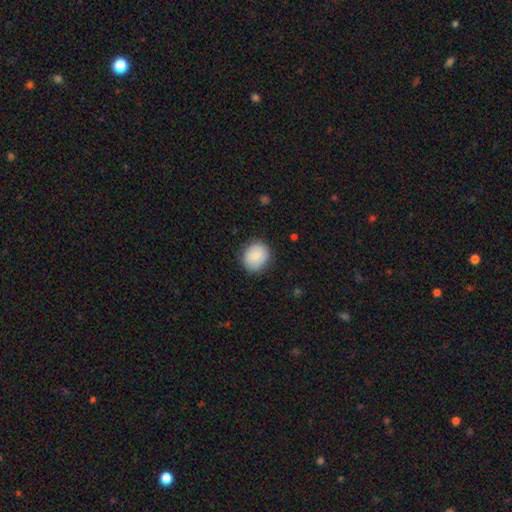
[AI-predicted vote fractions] This appears to be a smooth galaxy with no disk features (80%) that is round (74%). Merging: none (83%).